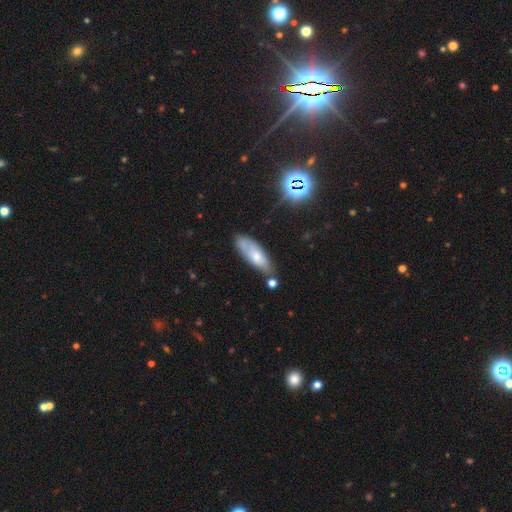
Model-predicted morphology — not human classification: A smooth galaxy with no disk features (62%) that is in between round and cigar-shaped (60%). Merging: none (59%).